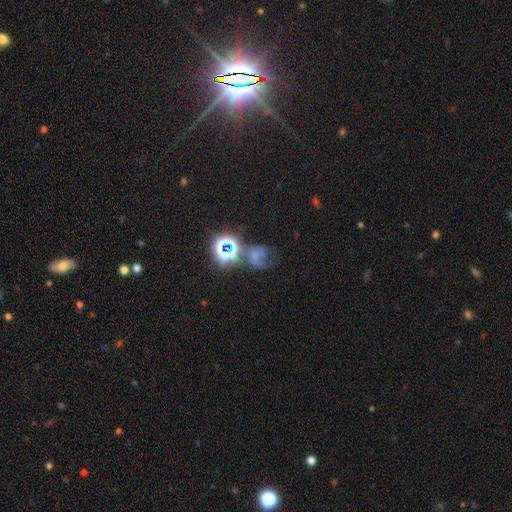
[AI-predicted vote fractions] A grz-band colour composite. It shows a smooth galaxy with no disk features (36%). Merging: none (32%).